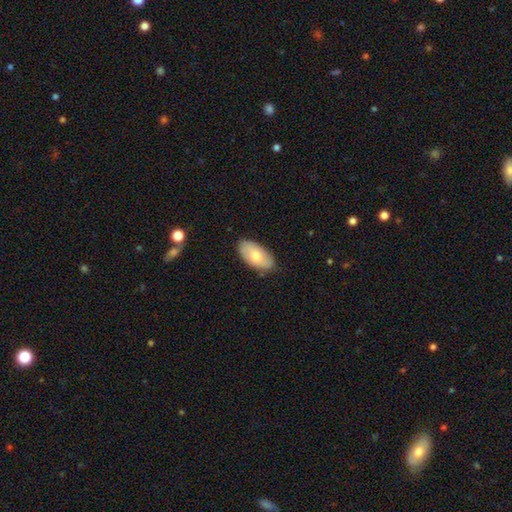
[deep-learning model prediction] A smooth galaxy with no disk features (71%) that is in between round and cigar-shaped (95%). Merging: none (81%).